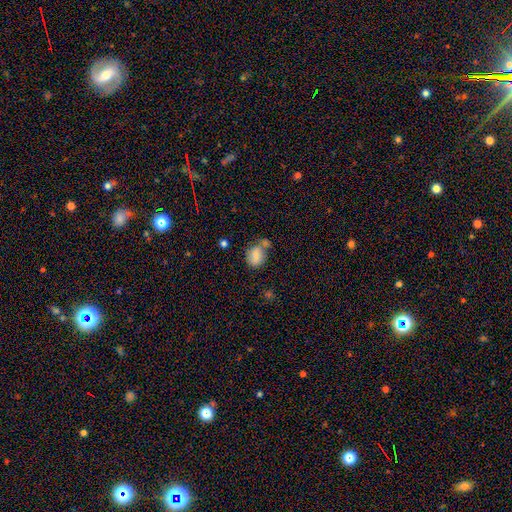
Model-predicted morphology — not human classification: Smooth or featured? smooth (79%)
How rounded? in between (57%)
Merging? none (49%)